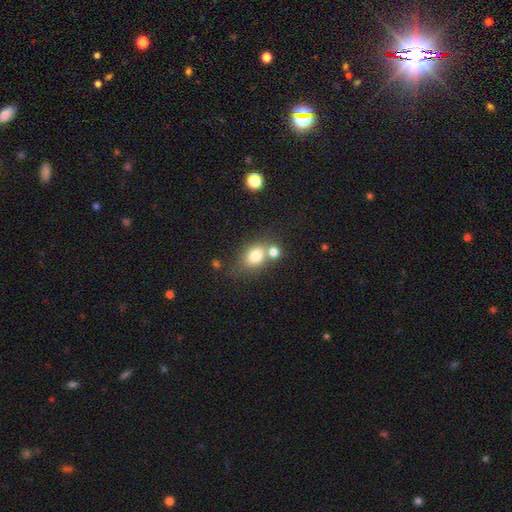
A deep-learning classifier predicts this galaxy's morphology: smooth-or-featured: smooth: 77% | featured or disk: 12% | star or artifact: 11%
  how-rounded: in between: 59% | round: 39% | cigar-shaped: 2%
  merging: none: 43% | merger: 40% | minor disturbance: 12% | major disturbance: 5%